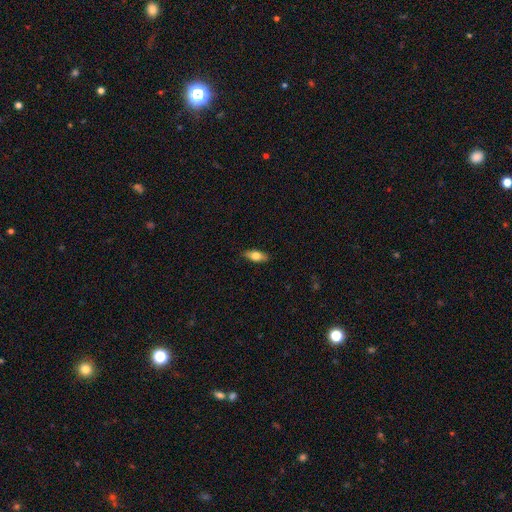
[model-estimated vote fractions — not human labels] Smooth or featured? smooth (69%)
How rounded? in between (77%)
Merging? none (88%)